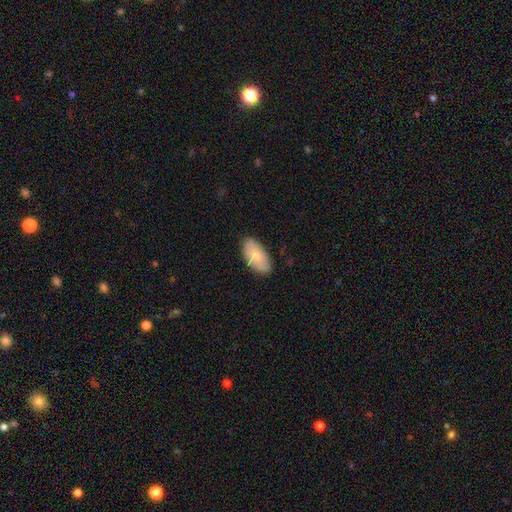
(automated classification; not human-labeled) Smooth or featured? smooth (77%)
How rounded? in between (95%)
Merging? none (82%)